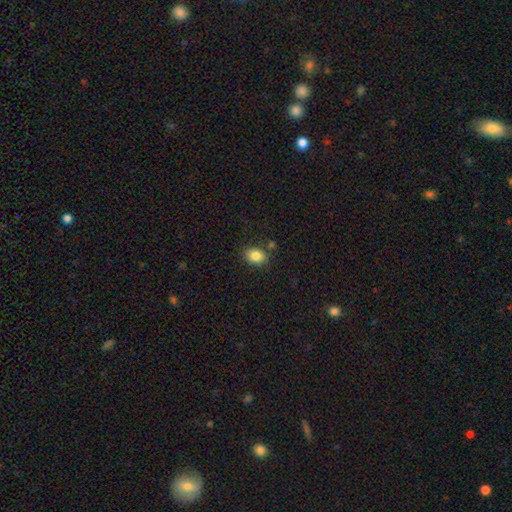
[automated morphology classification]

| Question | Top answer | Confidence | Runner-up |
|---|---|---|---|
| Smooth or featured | smooth | 85% | star or artifact (9%) |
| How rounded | in between | 68% | round (31%) |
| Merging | none | 79% | minor disturbance (12%) |